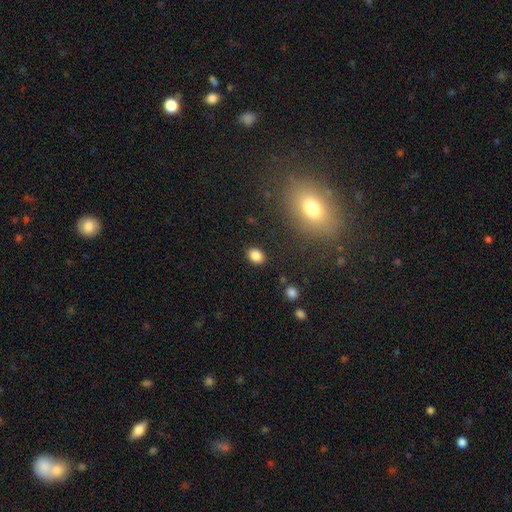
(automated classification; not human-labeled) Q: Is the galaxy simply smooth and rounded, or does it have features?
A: smooth — 85%.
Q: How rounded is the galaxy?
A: in between — 60%.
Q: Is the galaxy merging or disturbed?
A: none — 88%.